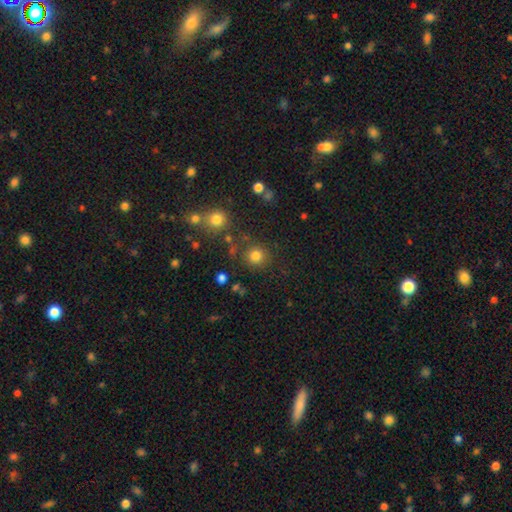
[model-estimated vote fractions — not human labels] The model was most divided on "smooth or featured": smooth: 80%, star or artifact: 14%, featured or disk: 6%. More confident: how rounded — round (93%); merging — none (82%).